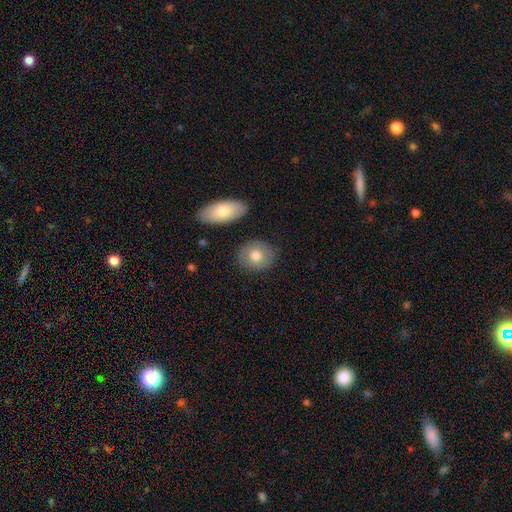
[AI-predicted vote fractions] Smooth or featured?
  - smooth: 74% *
  - featured or disk: 20%
  - star or artifact: 6%
How rounded?
  - round: 57% *
  - in between: 41%
  - cigar-shaped: 2%
Merging?
  - none: 83% *
  - minor disturbance: 11%
  - merger: 4%
  - major disturbance: 3%